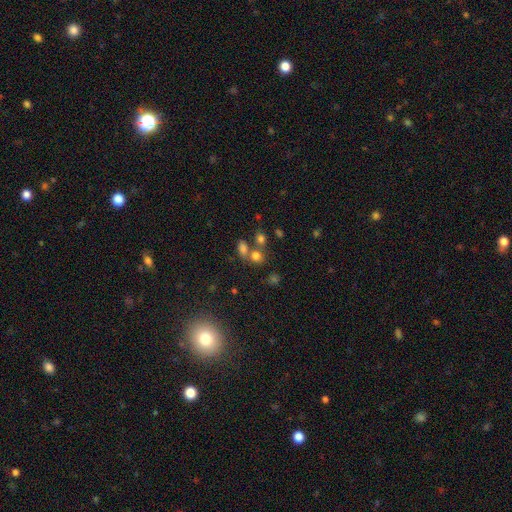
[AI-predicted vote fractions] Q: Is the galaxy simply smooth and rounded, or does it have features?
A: smooth — 72%.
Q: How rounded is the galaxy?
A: round — 64%.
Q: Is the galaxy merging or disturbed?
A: none — 51%.